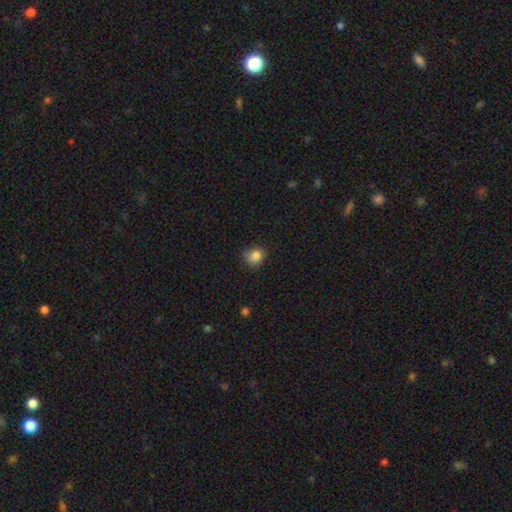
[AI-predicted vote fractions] Overall: smooth (84%). How rounded: round (72%). Merging: none (63%; minor disturbance 29%).